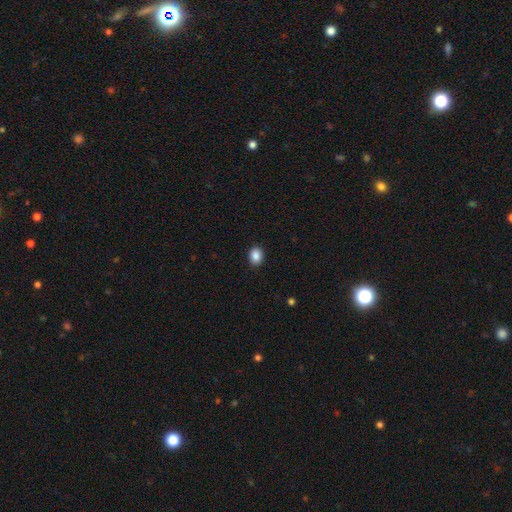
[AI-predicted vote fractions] smooth 88%, star or artifact 9%, featured or disk 4%. Down the decision tree: how rounded — in between (57%); merging — none (90%).